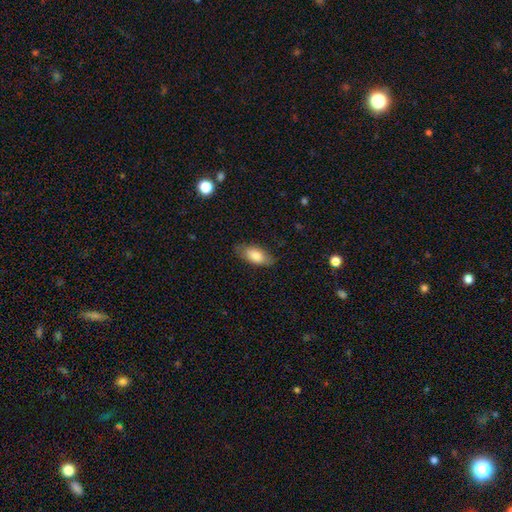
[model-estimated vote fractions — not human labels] A smooth galaxy with no disk features (82%) that is in between round and cigar-shaped (87%).

Vote fractions:
- Smooth or featured? smooth: 82% / featured or disk: 12% / star or artifact: 6%
- How rounded? in between: 87% / cigar-shaped: 10% / round: 3%
- Merging? none: 79% / minor disturbance: 16% / major disturbance: 4% / merger: 1%